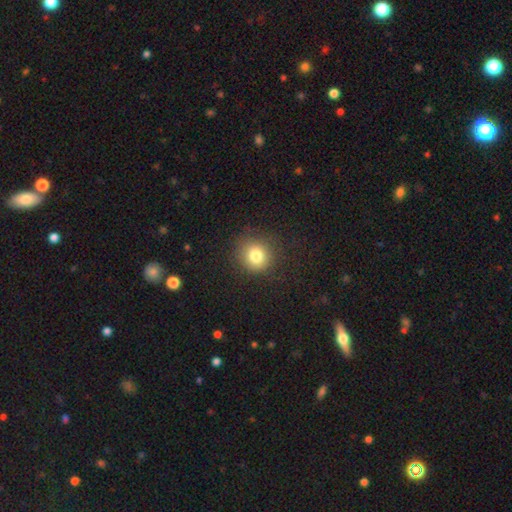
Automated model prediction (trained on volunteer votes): A smooth galaxy with no disk features (80%) that is round (89%).

Vote fractions:
- Smooth or featured? smooth: 80% / star or artifact: 12% / featured or disk: 7%
- How rounded? round: 89% / in between: 11% / cigar-shaped: 1%
- Merging? none: 87% / minor disturbance: 9% / major disturbance: 3% / merger: 1%